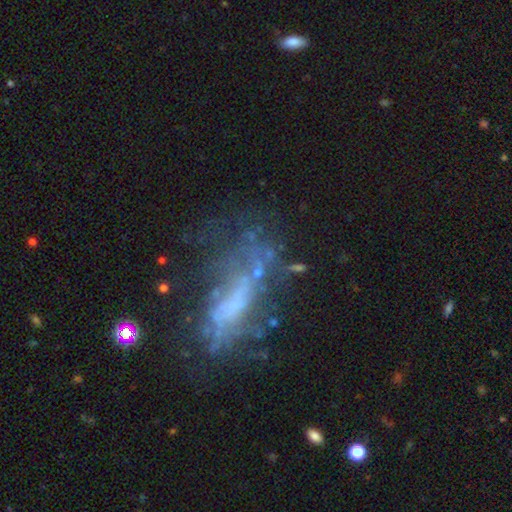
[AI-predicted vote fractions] Smooth or featured? Predicted: featured or disk (p=0.58). Edge-on disk? Predicted: no (p=0.88). Bar? Predicted: no (p=0.70). Spiral arms? Predicted: no (p=0.75). Bulge size? Predicted: none (p=0.65). Merging? Predicted: none (p=0.39).